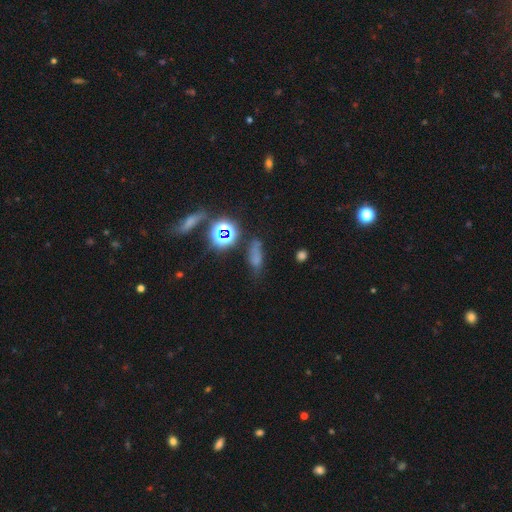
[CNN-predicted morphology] This is possibly a smooth galaxy (51%). How rounded: possibly in between (52%). Merging: possibly none (54%).